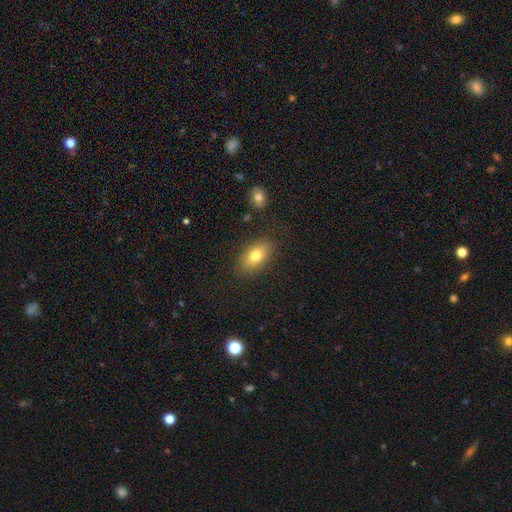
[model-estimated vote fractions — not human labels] Smooth or featured? smooth (78%)
How rounded? in between (88%)
Merging? none (83%)